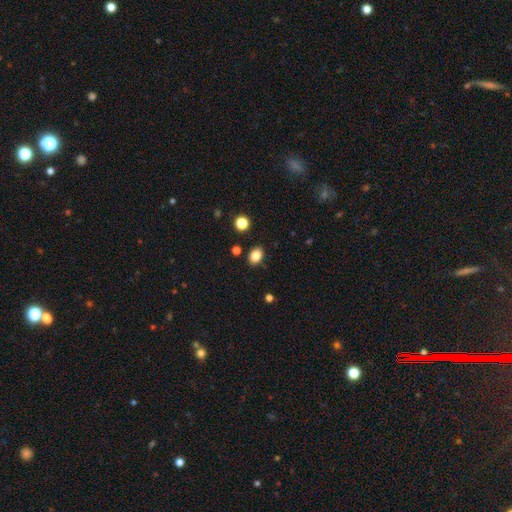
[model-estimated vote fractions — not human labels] Smooth or featured?
  - smooth: 84% *
  - star or artifact: 11%
  - featured or disk: 6%
How rounded?
  - in between: 69% *
  - round: 30%
  - cigar-shaped: 1%
Merging?
  - none: 85% *
  - minor disturbance: 10%
  - merger: 3%
  - major disturbance: 2%